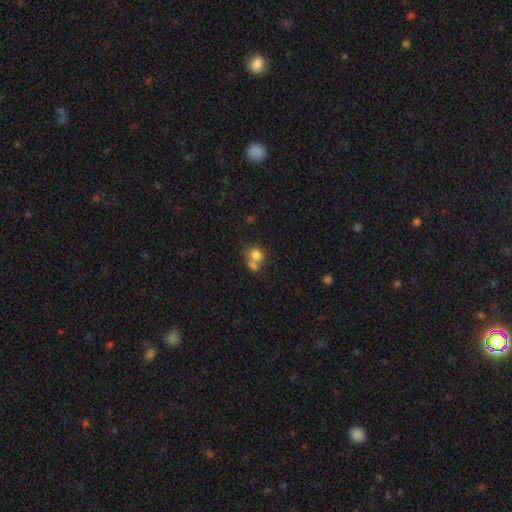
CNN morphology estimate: Q: Smooth or featured?
A: smooth (78%); runner-up: featured or disk (12%)
Q: How rounded?
A: round (71%); runner-up: in between (28%)
Q: Merging?
A: merger (55%); runner-up: none (33%)